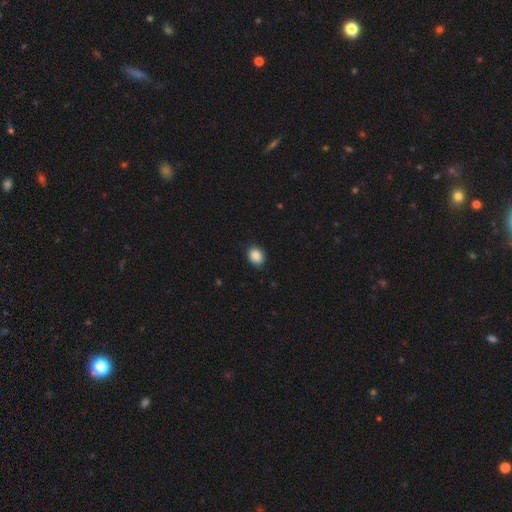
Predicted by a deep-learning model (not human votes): Morphology: type=smooth (88%); roundness=round (52%); merging=none (82%).